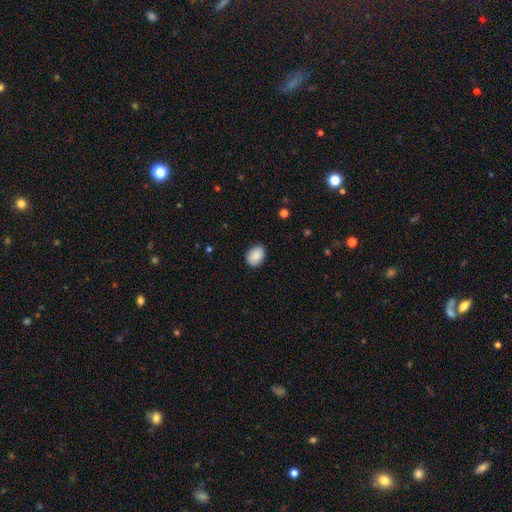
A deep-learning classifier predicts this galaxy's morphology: smooth-or-featured: smooth: 90% | star or artifact: 7% | featured or disk: 3%
  how-rounded: in between: 74% | round: 25% | cigar-shaped: 1%
  merging: none: 87% | minor disturbance: 10% | major disturbance: 2% | merger: 1%